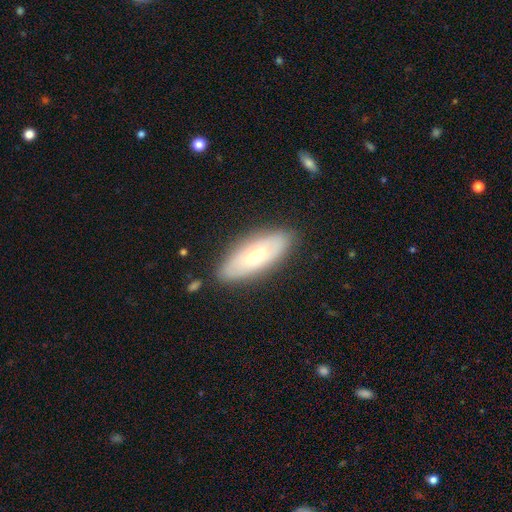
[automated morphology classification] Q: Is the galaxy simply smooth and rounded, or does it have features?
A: smooth — 49%.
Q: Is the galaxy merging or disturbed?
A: none — 83%.